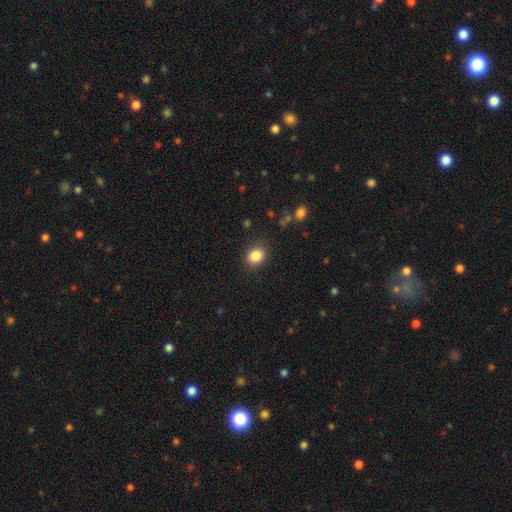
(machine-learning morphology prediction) Smooth or featured? Predicted: smooth (p=0.86). How rounded? Predicted: round (p=0.56). Merging? Predicted: none (p=0.86).